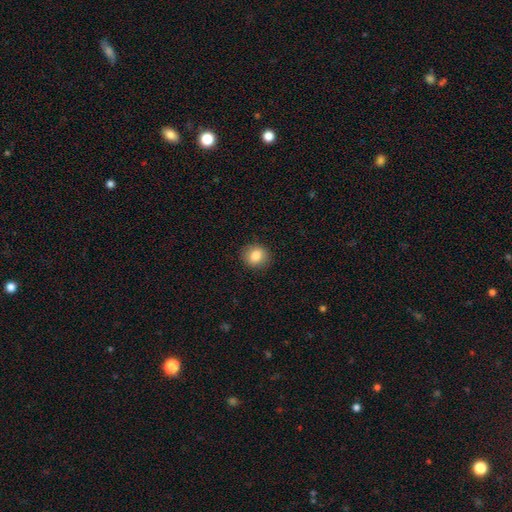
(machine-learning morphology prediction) type=smooth (84%); roundness=round (77%); merging=none (88%).